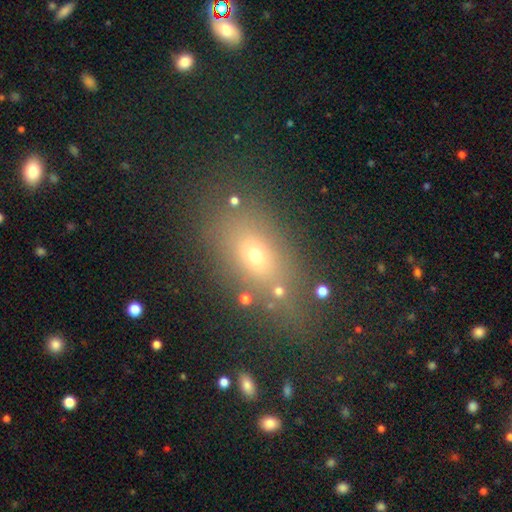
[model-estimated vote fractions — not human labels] Smooth or featured? smooth (61%)
How rounded? in between (70%)
Merging? none (75%)